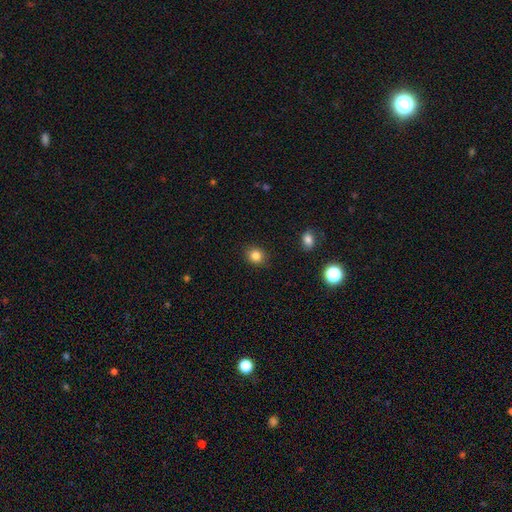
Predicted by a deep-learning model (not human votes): The model was most divided on "how rounded": round: 69%, in between: 30%, cigar-shaped: 1%. More confident: merging — none (88%); smooth or featured — smooth (85%).